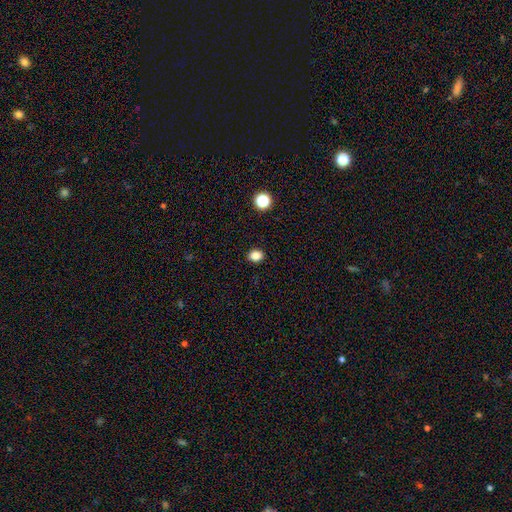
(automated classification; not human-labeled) Q: Smooth or featured?
A: smooth (84%); runner-up: star or artifact (12%)
Q: How rounded?
A: round (57%); runner-up: in between (42%)
Q: Merging?
A: none (90%); runner-up: minor disturbance (7%)